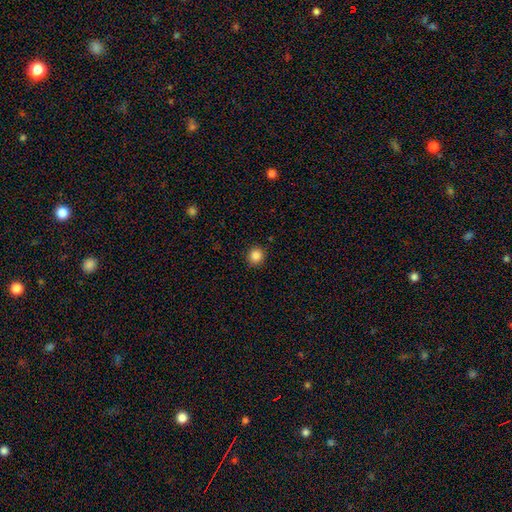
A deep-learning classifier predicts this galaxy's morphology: Overall: smooth (86%). How rounded: round (90%). Merging: none (91%).